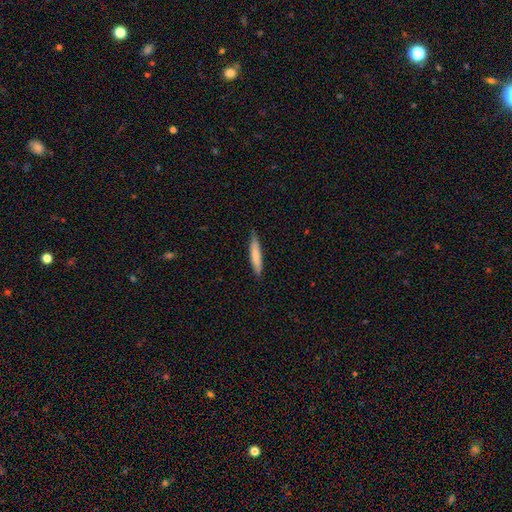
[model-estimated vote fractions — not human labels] Smooth or featured? smooth (76%)
How rounded? cigar-shaped (90%)
Merging? none (85%)